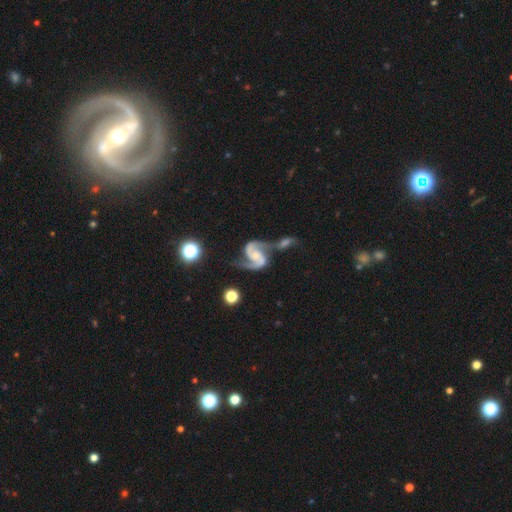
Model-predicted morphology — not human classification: A featured or disk galaxy (92%) with no bar (49%), 2 (94%) medium (56%) spiral arms (98%) and a small central bulge (50%).

Vote fractions:
- Smooth or featured? featured or disk: 92% / star or artifact: 4% / smooth: 3%
- Edge-on disk? no: 98% / yes: 2%
- Bar? no: 49% / weak: 38% / strong: 14%
- Spiral arms? yes: 98% / no: 2%
- Spiral winding? medium: 56% / loose: 30% / tight: 13%
- Spiral arm count? 2: 94% / can't tell: 2% / 1: 1% / 3: 1% / 4: 1% / more than 4: 1%
- Bulge size? small: 50% / moderate: 31% / none: 14% / large: 4% / dominant: 1%
- Merging? merger: 41% / none: 35% / minor disturbance: 14% / major disturbance: 10%